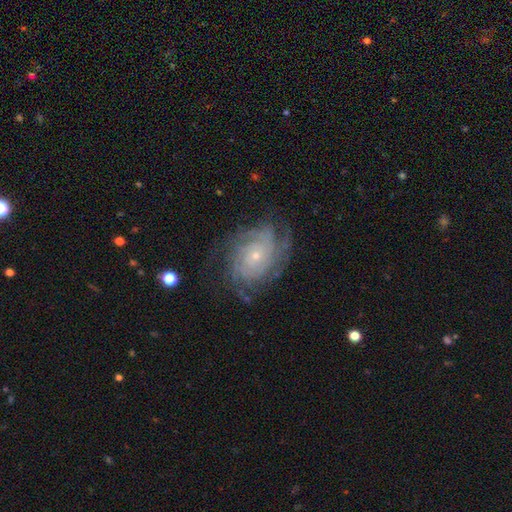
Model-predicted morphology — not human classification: Smooth or featured: featured or disk — 84% (smooth — 9%)
Edge-on disk: no — 97% (yes — 3%)
Bar: no — 79% (weak — 17%)
Spiral arms: yes — 95% (no — 5%)
Spiral winding: tight — 72% (medium — 23%)
Spiral arm count: can't tell — 35% (4 — 21%)
Bulge size: small — 77% (moderate — 19%)
Merging: none — 72% (minor disturbance — 18%)